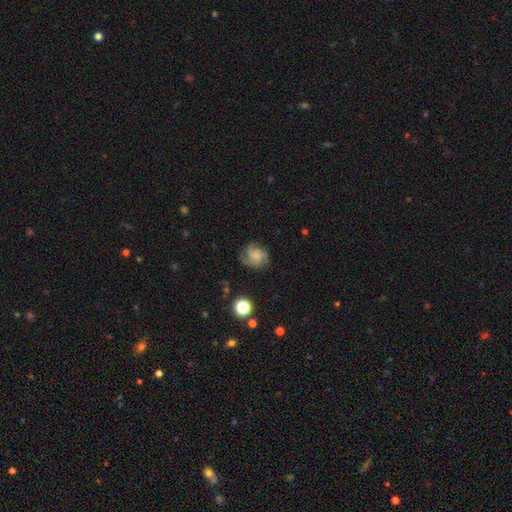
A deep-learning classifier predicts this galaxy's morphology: Overall: featured or disk (73%). Edge-on disk: no (98%). Bar: no (72%). Spiral arms: yes (96%). Spiral arm count: 3 (54%; 4 15%). Spiral winding: medium (46%; tight 40%). Bulge size: small (40%; moderate 27%). Merging: none (72%).